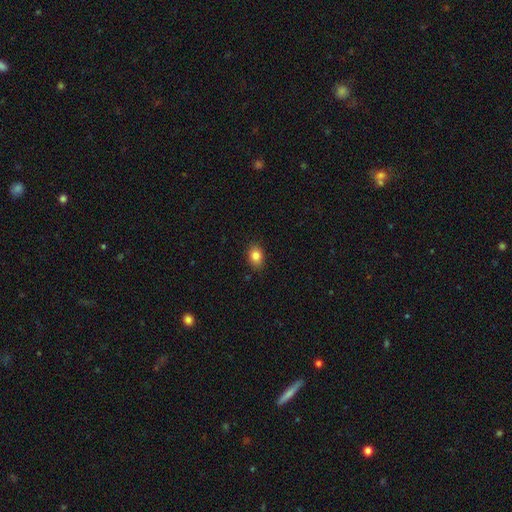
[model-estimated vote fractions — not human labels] The model was most divided on "how rounded": in between: 73%, round: 26%, cigar-shaped: 1%. More confident: merging — none (87%); smooth or featured — smooth (84%).